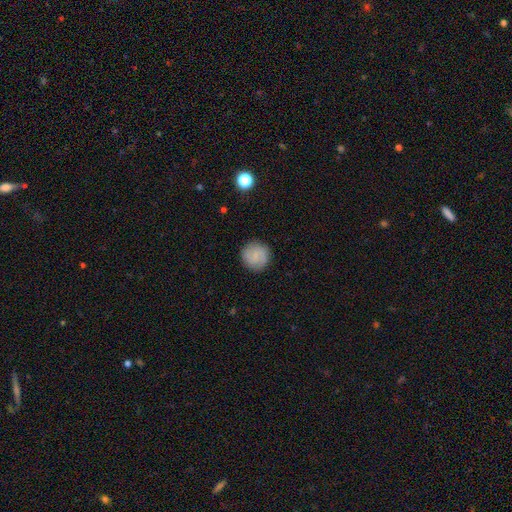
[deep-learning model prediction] smooth_or_featured: smooth (p=0.64) [alt: featured or disk p=0.27]
how_rounded: round (p=0.93) [alt: in between p=0.06]
merging: none (p=0.88) [alt: minor disturbance p=0.08]